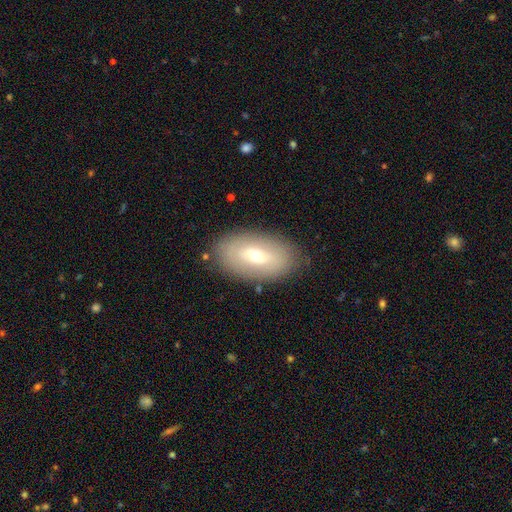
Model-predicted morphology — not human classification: Smooth or featured?
  - smooth: 50% *
  - featured or disk: 41%
  - star or artifact: 8%
How rounded?
  - in between: 92% *
  - round: 5%
  - cigar-shaped: 3%
Merging?
  - none: 84% *
  - minor disturbance: 11%
  - major disturbance: 4%
  - merger: 1%